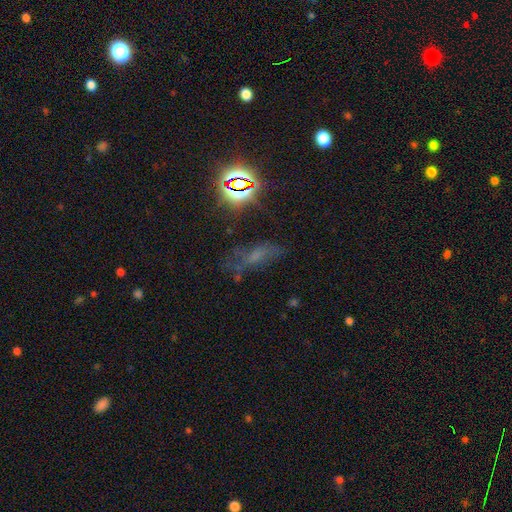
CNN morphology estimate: This is marginally a star or artifact rather than a galaxy (37%).